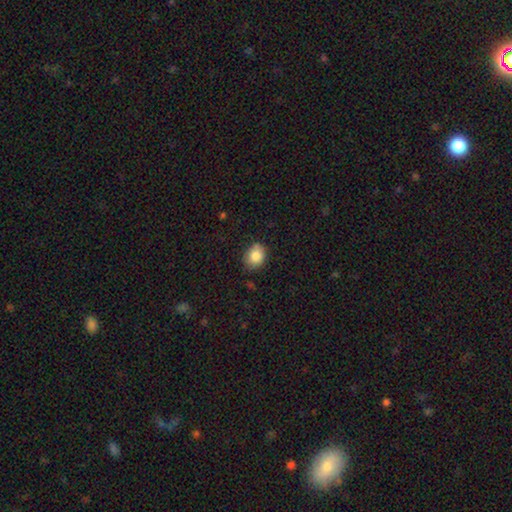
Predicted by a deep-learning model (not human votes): Smooth or featured?
  - smooth: 84% *
  - star or artifact: 9%
  - featured or disk: 7%
How rounded?
  - round: 53% *
  - in between: 46%
  - cigar-shaped: 1%
Merging?
  - none: 76% *
  - minor disturbance: 19%
  - major disturbance: 3%
  - merger: 2%